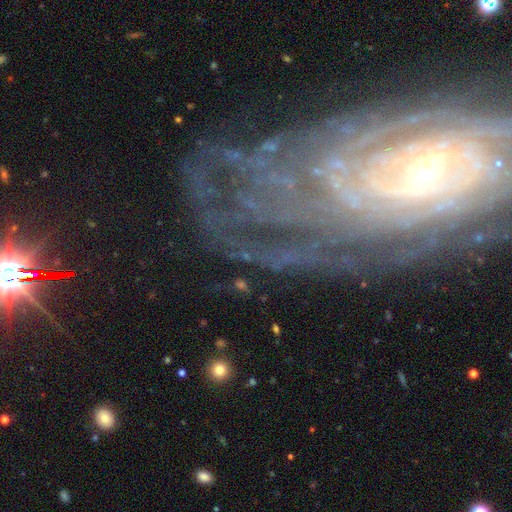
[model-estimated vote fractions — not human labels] smooth_or_featured: featured or disk (p=0.82) [alt: star or artifact p=0.11]
disk_edge_on: no (p=0.93) [alt: yes p=0.07]
bar: weak (p=0.37) [alt: no p=0.36]
has_spiral_arms: yes (p=0.94) [alt: no p=0.06]
spiral_winding: tight (p=0.76) [alt: medium p=0.18]
spiral_arm_count: can't tell (p=0.39) [alt: more than 4 p=0.17]
bulge_size: small (p=0.75) [alt: moderate p=0.18]
merging: none (p=0.69) [alt: minor disturbance p=0.17]